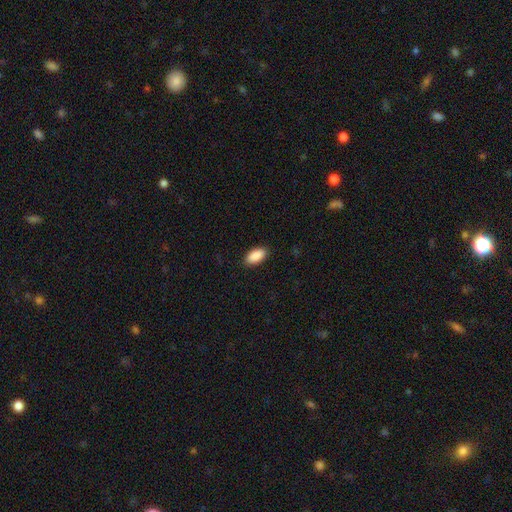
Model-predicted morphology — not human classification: Overall: smooth (90%). How rounded: in between (93%). Merging: none (89%).